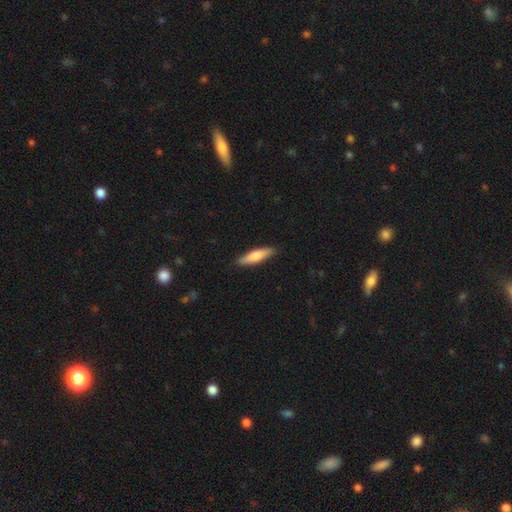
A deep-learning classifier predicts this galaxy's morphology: Smooth or featured?
  - smooth: 68% *
  - featured or disk: 27%
  - star or artifact: 5%
How rounded?
  - cigar-shaped: 73% *
  - in between: 26%
  - round: 2%
Merging?
  - none: 88% *
  - minor disturbance: 9%
  - major disturbance: 2%
  - merger: 1%